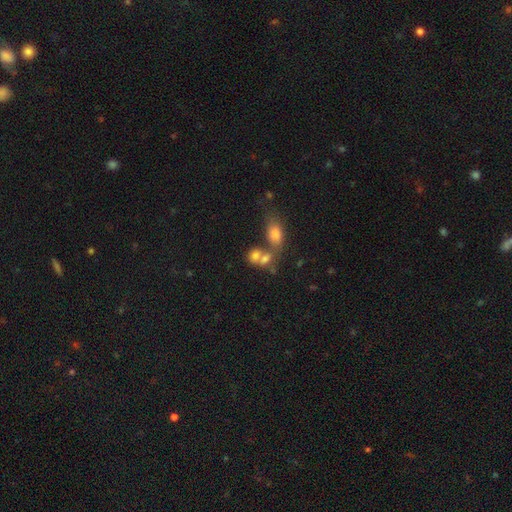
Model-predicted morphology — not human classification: This is likely a smooth galaxy (72%). How rounded: possibly in between (57%). Merging: possibly merger (57%).